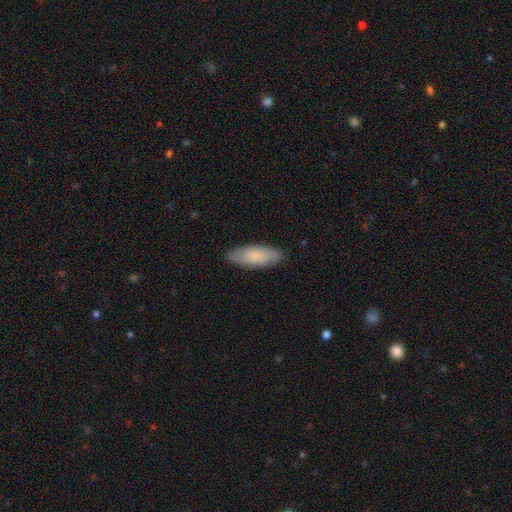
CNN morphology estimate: smooth_or_featured: smooth (p=0.70) [alt: featured or disk p=0.24]
how_rounded: in between (p=0.71) [alt: cigar-shaped p=0.27]
merging: none (p=0.84) [alt: minor disturbance p=0.13]